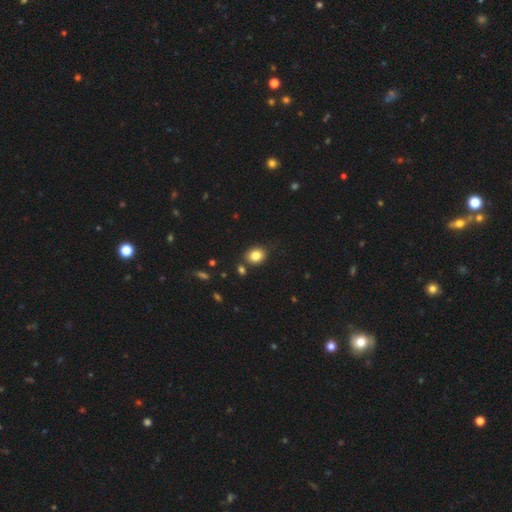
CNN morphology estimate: Smooth or featured: smooth — 84% (star or artifact — 10%)
How rounded: round — 50% (in between — 49%)
Merging: none — 79% (minor disturbance — 12%)